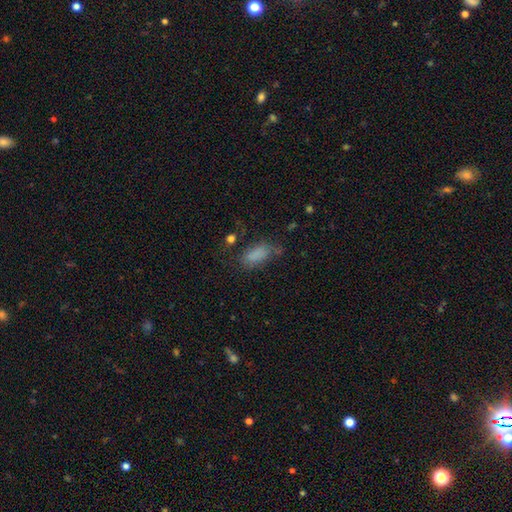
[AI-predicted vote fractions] Smooth or featured? Predicted: smooth (p=0.78). How rounded? Predicted: in between (p=0.87). Merging? Predicted: none (p=0.51).